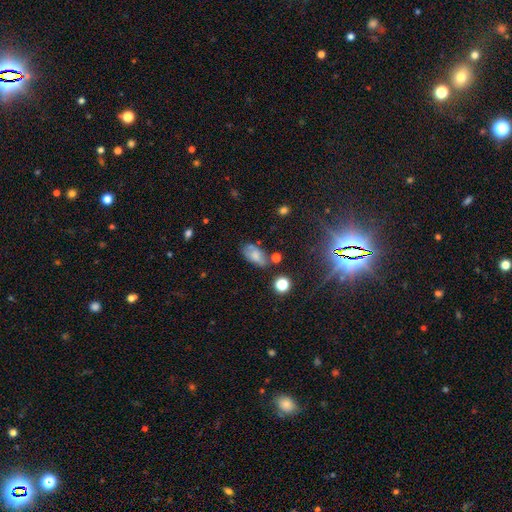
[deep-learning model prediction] Overall: smooth (62%; featured or disk 25%). How rounded: in between (90%). Merging: none (58%; minor disturbance 25%).